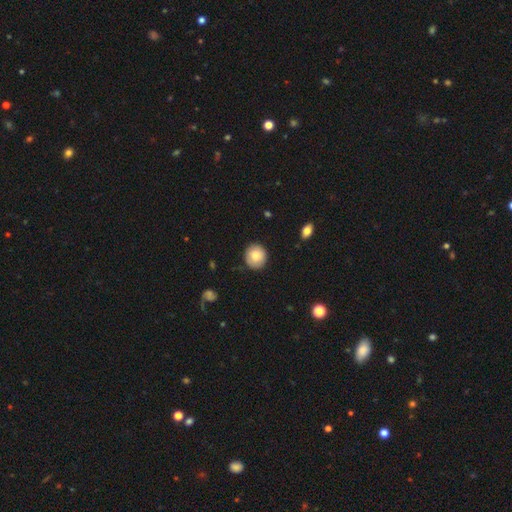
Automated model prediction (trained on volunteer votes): smooth-or-featured: smooth: 81% | featured or disk: 12% | star or artifact: 7%
  how-rounded: round: 88% | in between: 11% | cigar-shaped: 1%
  merging: none: 87% | minor disturbance: 10% | major disturbance: 2% | merger: 1%